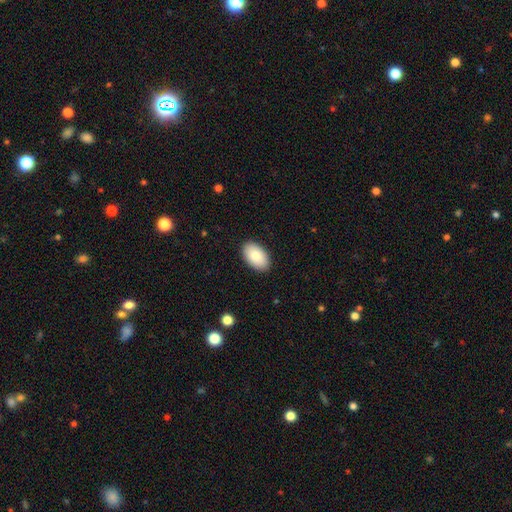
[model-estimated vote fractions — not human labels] This is clearly a smooth galaxy (84%). How rounded: clearly in between (95%). Merging: clearly none (89%).